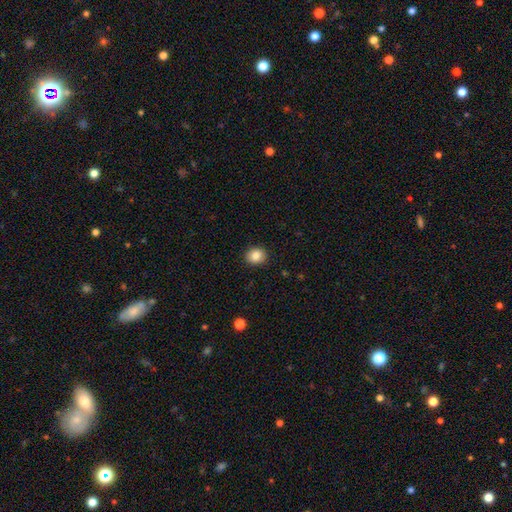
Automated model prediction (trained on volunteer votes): Smooth or featured? Predicted: smooth (p=0.85). How rounded? Predicted: round (p=0.74). Merging? Predicted: none (p=0.91).